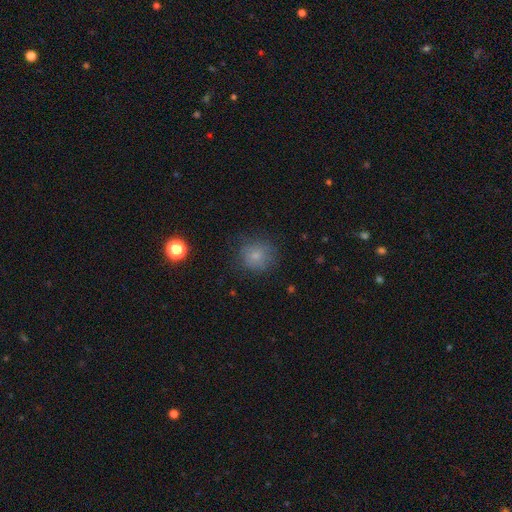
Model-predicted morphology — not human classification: Q: Smooth or featured?
A: smooth (75%); runner-up: star or artifact (12%)
Q: How rounded?
A: round (89%); runner-up: in between (10%)
Q: Merging?
A: none (74%); runner-up: minor disturbance (18%)